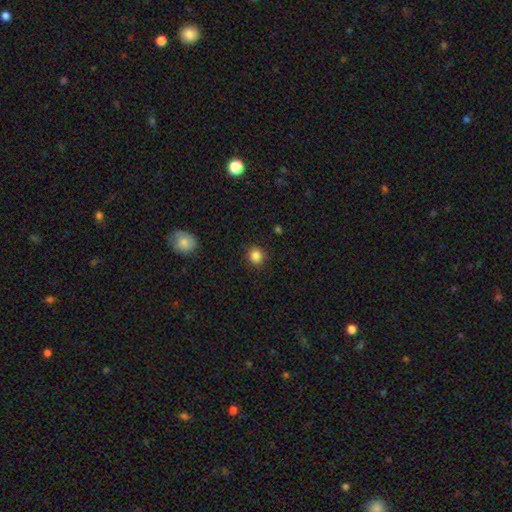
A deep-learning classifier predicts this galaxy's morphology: type=smooth (86%); roundness=round (88%); merging=none (90%).